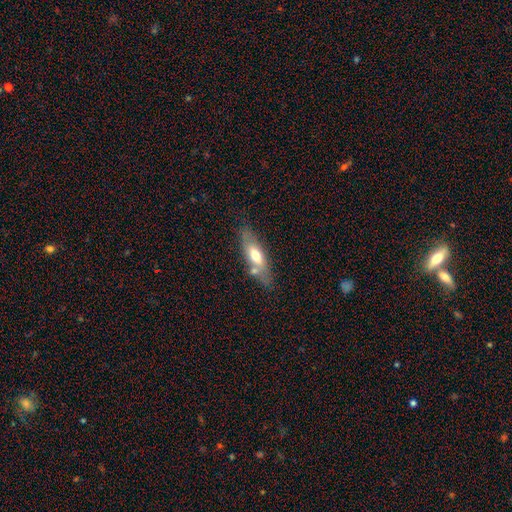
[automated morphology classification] This is possibly a smooth galaxy (54%). How rounded: possibly in between (59%). Merging: likely none (66%).